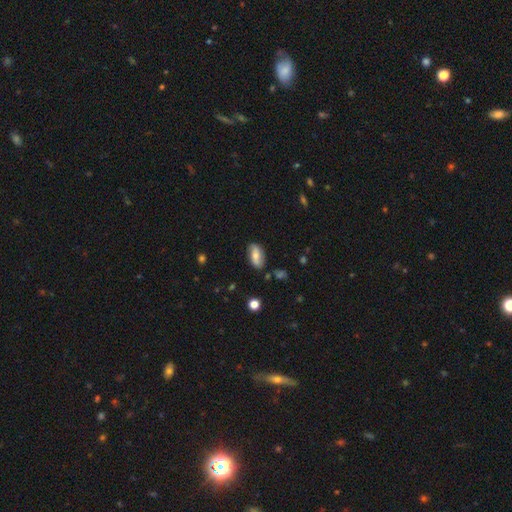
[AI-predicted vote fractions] smooth-or-featured: smooth: 57% | featured or disk: 35% | star or artifact: 8%
  how-rounded: in between: 88% | cigar-shaped: 7% | round: 5%
  merging: none: 81% | minor disturbance: 14% | major disturbance: 3% | merger: 2%